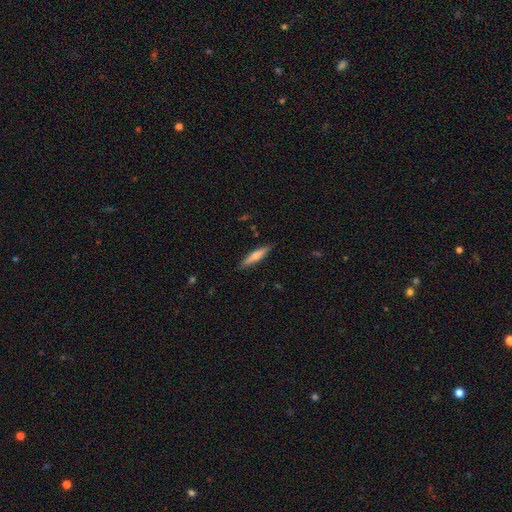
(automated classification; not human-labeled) Overall: smooth (60%; featured or disk 34%). How rounded: cigar-shaped (86%). Merging: none (89%).